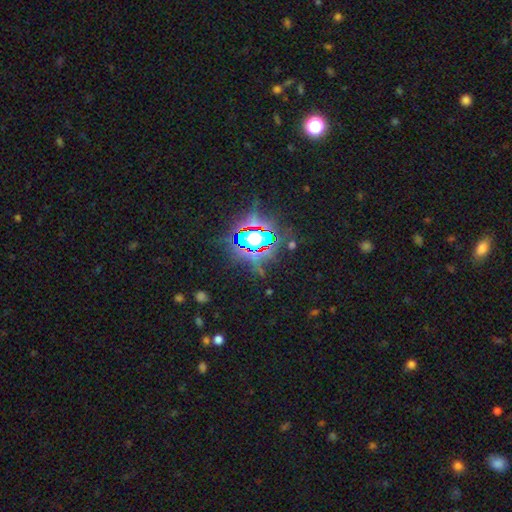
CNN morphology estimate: Smooth or featured? Predicted: star or artifact (p=0.86).